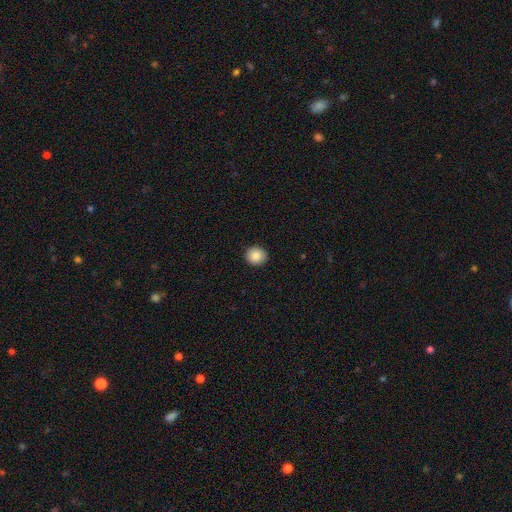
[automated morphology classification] Overall: smooth (88%). How rounded: round (87%). Merging: none (91%).